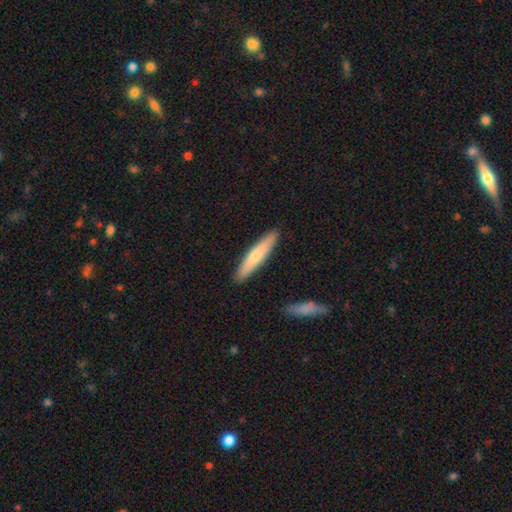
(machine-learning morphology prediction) type=smooth (65%); roundness=cigar-shaped (88%); merging=none (90%).